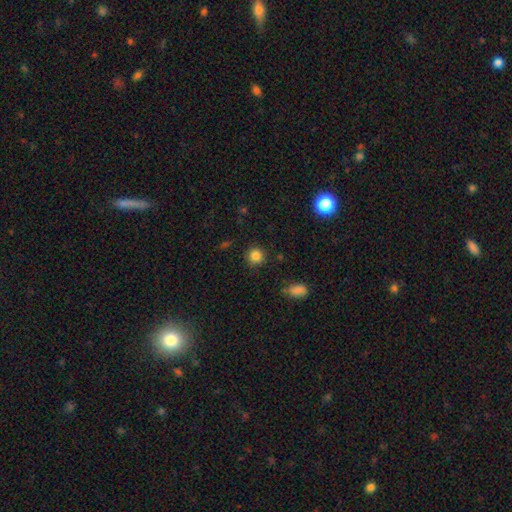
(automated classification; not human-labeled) Smooth or featured? Predicted: smooth (p=0.84). How rounded? Predicted: round (p=0.92). Merging? Predicted: none (p=0.88).